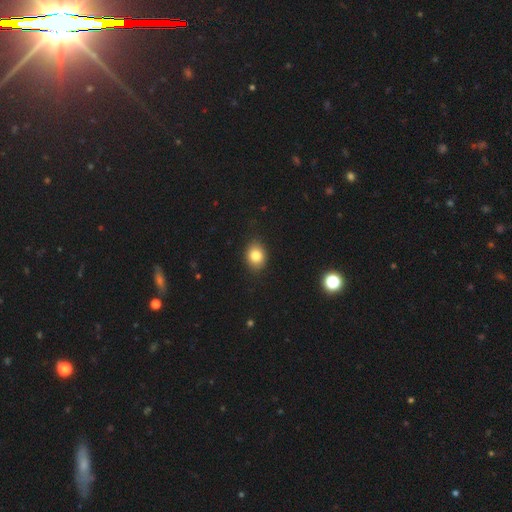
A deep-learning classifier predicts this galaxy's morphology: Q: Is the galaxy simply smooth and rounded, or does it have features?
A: smooth — 83%.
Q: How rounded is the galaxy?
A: in between — 52%.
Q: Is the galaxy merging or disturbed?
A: none — 86%.